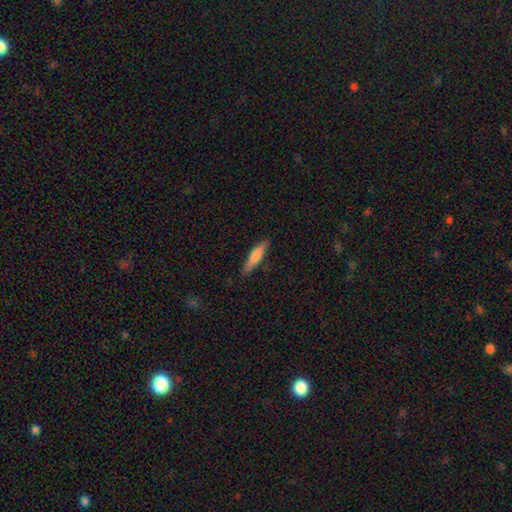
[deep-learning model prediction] This is likely a smooth galaxy (75%). How rounded: clearly cigar-shaped (83%). Merging: clearly none (84%).